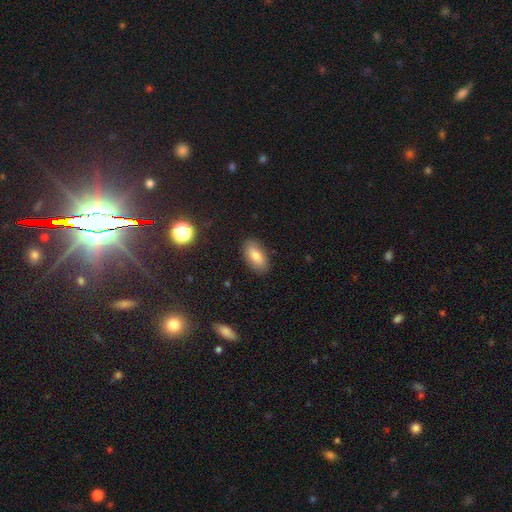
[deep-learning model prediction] smooth 79%, featured or disk 13%, star or artifact 8%. Down the decision tree: how rounded — in between (91%); merging — none (86%).